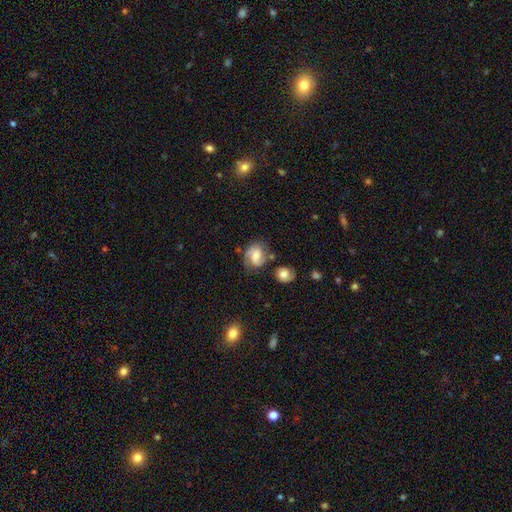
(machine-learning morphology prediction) Overall: featured or disk (61%; smooth 30%). Edge-on disk: no (97%). Bar: weak (47%; no 40%). Spiral arms: yes (91%). Spiral arm count: 2 (77%). Spiral winding: medium (48%; tight 33%). Bulge size: moderate (56%; small 28%). Merging: none (63%).